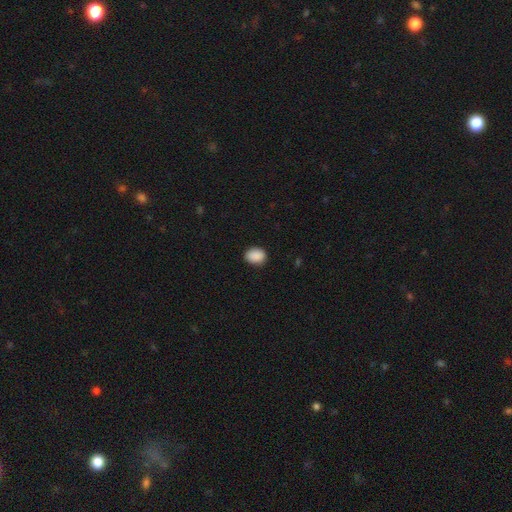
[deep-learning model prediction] Smooth or featured? smooth (90%)
How rounded? in between (58%)
Merging? none (87%)